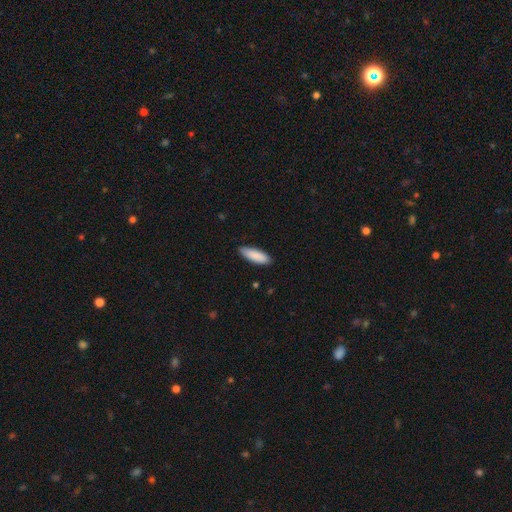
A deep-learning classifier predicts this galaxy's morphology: A smooth galaxy with no disk features (89%) that is in between round and cigar-shaped (58%). Merging: none (86%).